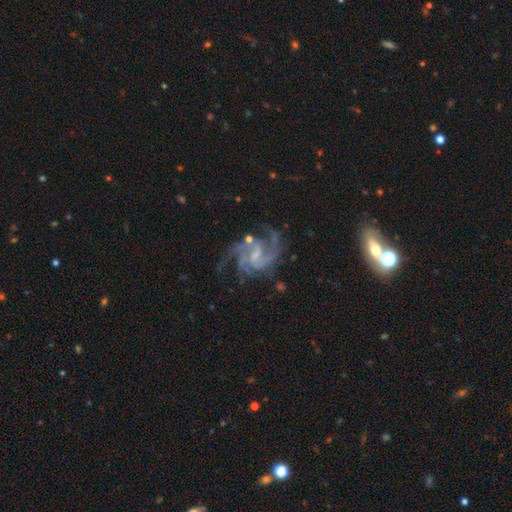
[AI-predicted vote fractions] Smooth or featured? Predicted: featured or disk (p=0.90). Edge-on disk? Predicted: no (p=0.98). Bar? Predicted: weak (p=0.54). Spiral arms? Predicted: yes (p=0.98). Spiral winding? Predicted: medium (p=0.54). Spiral arm count? Predicted: 3 (p=0.34). Bulge size? Predicted: small (p=0.44). Merging? Predicted: none (p=0.63).